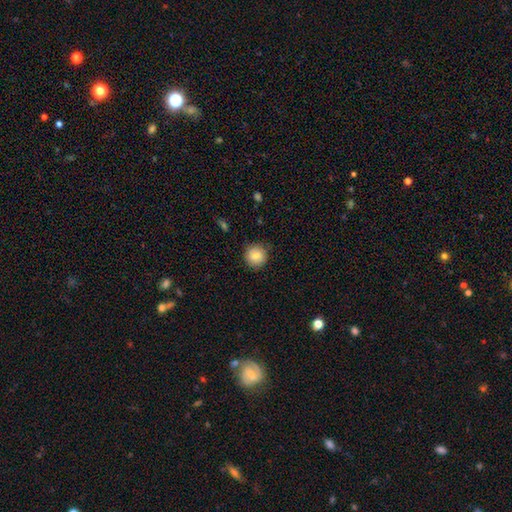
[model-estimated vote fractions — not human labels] Morphology: type=smooth (84%); roundness=round (92%); merging=none (84%).